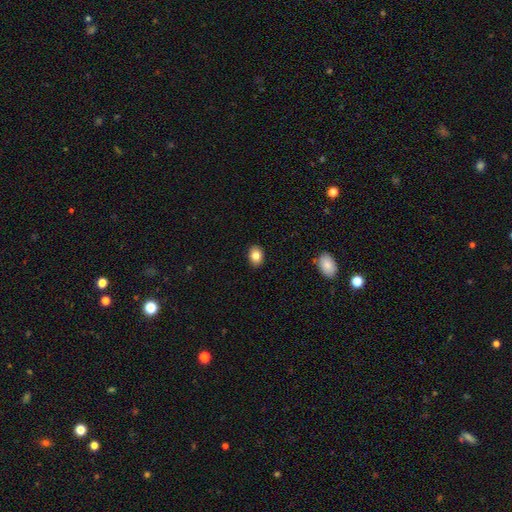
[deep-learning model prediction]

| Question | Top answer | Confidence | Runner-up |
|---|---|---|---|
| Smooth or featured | smooth | 82% | featured or disk (9%) |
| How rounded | in between | 71% | round (28%) |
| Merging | none | 89% | minor disturbance (8%) |